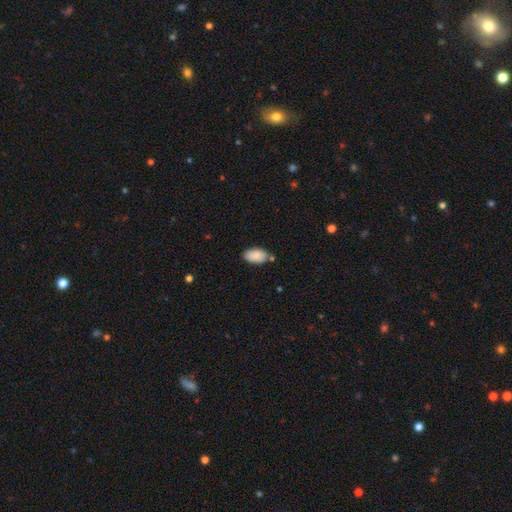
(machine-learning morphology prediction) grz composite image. It shows a smooth galaxy with no disk features (88%) that is in between round and cigar-shaped (95%). Merging: none (70%).